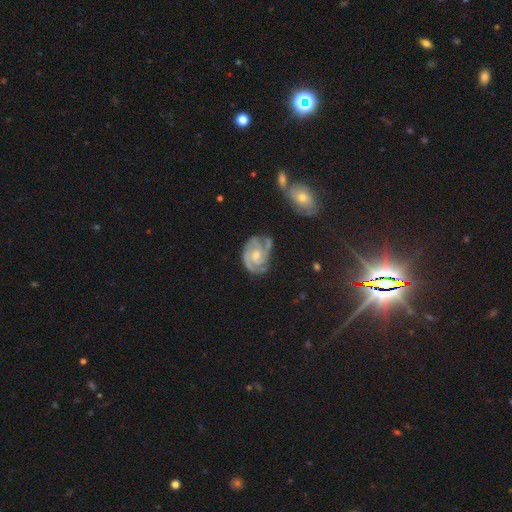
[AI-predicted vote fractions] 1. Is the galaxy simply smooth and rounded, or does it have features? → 85% featured or disk, 10% smooth, 5% star or artifact.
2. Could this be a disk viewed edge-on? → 97% no, 3% yes.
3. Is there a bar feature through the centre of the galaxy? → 64% no, 31% weak, 6% strong.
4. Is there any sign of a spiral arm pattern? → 95% yes, 5% no.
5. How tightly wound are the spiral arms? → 60% tight, 33% medium, 7% loose.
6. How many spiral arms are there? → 47% 2, 24% 3, 16% can't tell, 5% 1, 4% 4, 3% more than 4.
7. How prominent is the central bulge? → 51% moderate, 42% small, 3% none, 3% large, 1% dominant.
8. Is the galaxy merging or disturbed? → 61% none, 24% minor disturbance, 10% major disturbance, 5% merger.